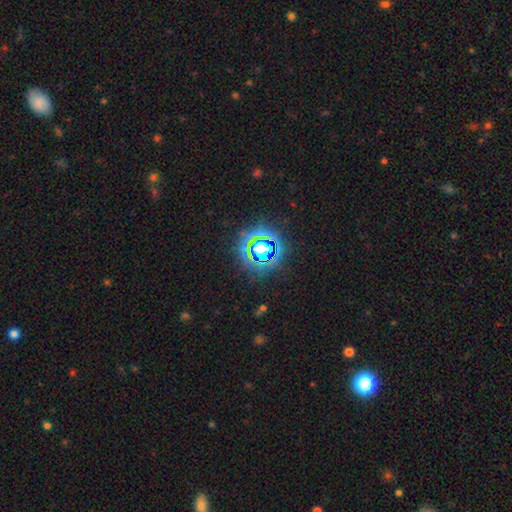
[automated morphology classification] This appears to be a star or artifact, not a galaxy (81%).